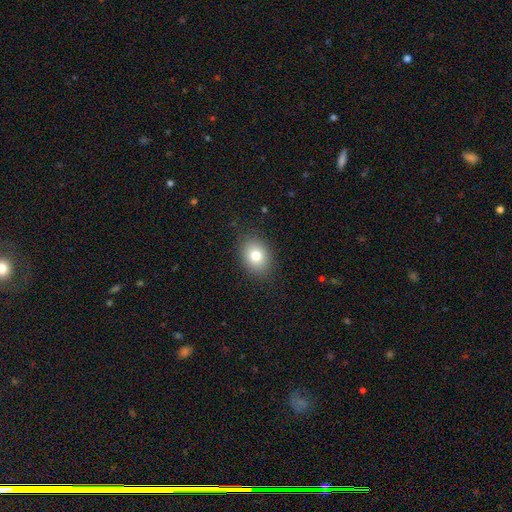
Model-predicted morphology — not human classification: The model was most divided on "how rounded": in between: 60%, round: 39%, cigar-shaped: 1%. More confident: merging — none (86%); smooth or featured — smooth (79%).